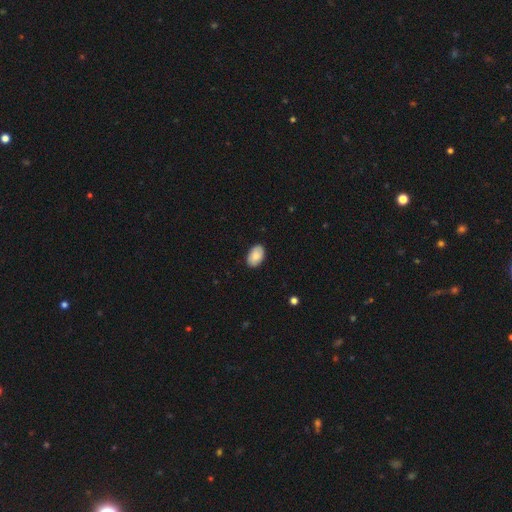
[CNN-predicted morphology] smooth-or-featured: smooth: 84% | featured or disk: 10% | star or artifact: 6%
  how-rounded: in between: 91% | round: 7% | cigar-shaped: 1%
  merging: none: 87% | minor disturbance: 10% | major disturbance: 2% | merger: 1%